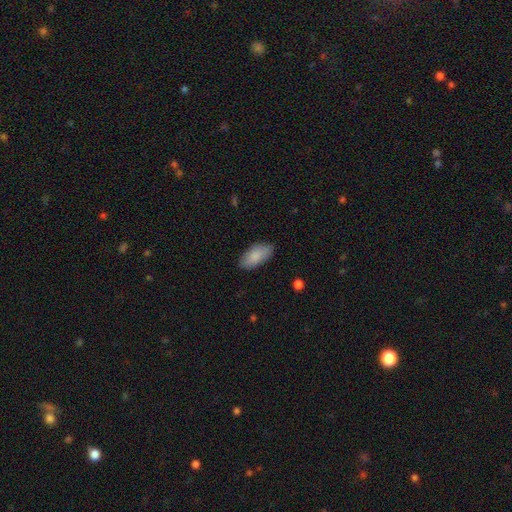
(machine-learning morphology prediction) The model was most divided on "merging": none: 83%, minor disturbance: 13%, major disturbance: 3%, merger: 1%. More confident: how rounded — in between (92%); smooth or featured — smooth (87%).